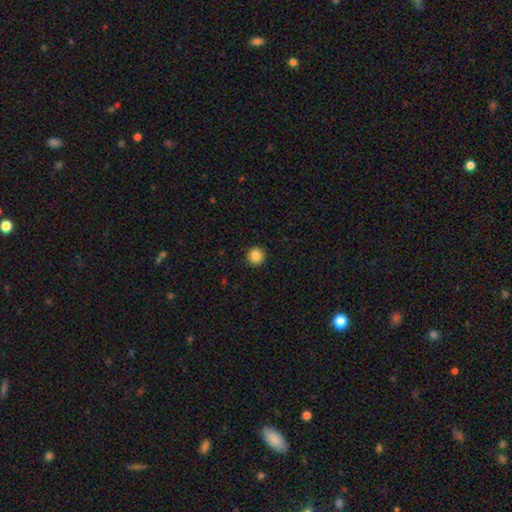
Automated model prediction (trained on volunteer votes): Overall: smooth (86%). How rounded: round (94%). Merging: none (93%).